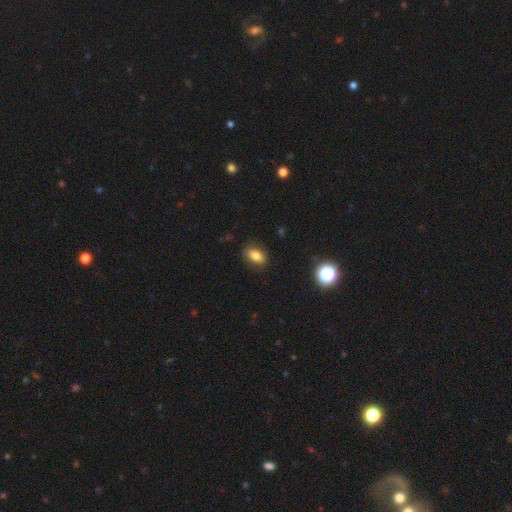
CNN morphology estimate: Q: Smooth or featured?
A: smooth (81%); runner-up: star or artifact (10%)
Q: How rounded?
A: in between (87%); runner-up: round (10%)
Q: Merging?
A: none (83%); runner-up: minor disturbance (12%)